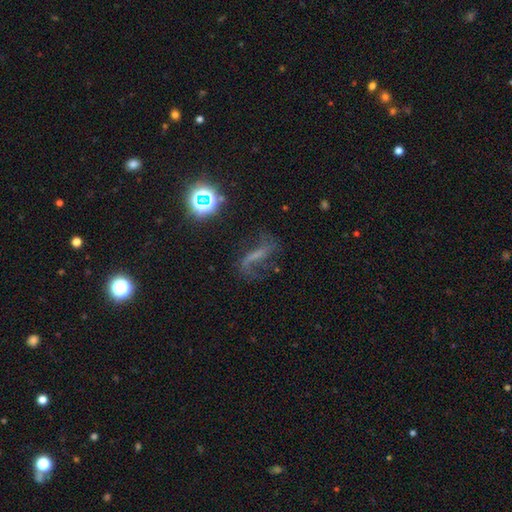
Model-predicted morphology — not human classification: The model was most divided on "bar": strong: 42%, weak: 31%, no: 27%. More confident: edge-on disk — no (88%); spiral arms — yes (81%); smooth or featured — featured or disk (57%); merging — none (56%); bulge size — none (56%).